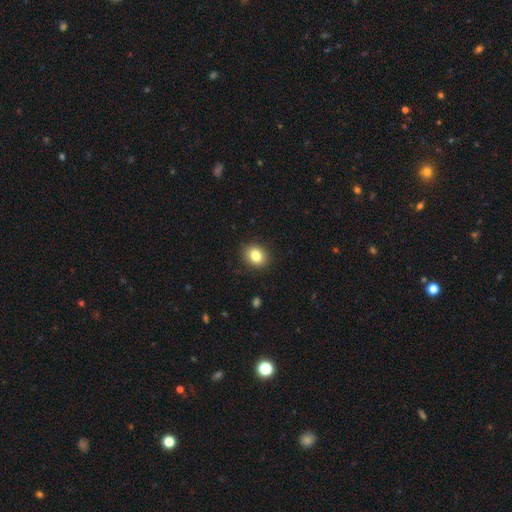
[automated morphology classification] This is clearly a smooth galaxy (83%). How rounded: possibly round (57%). Merging: clearly none (89%).